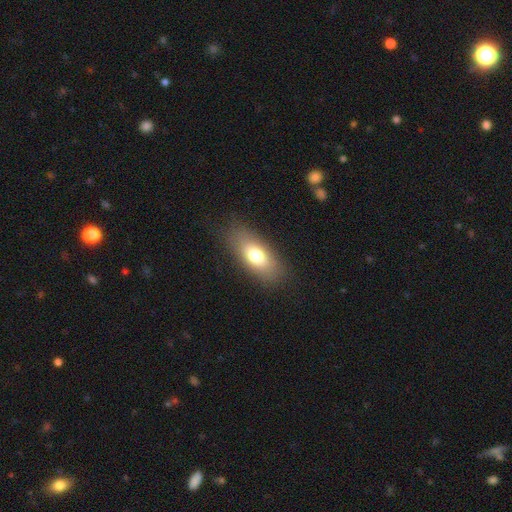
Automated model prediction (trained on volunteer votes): Smooth or featured: smooth — 74% (featured or disk — 18%)
How rounded: in between — 84% (cigar-shaped — 11%)
Merging: none — 83% (minor disturbance — 12%)